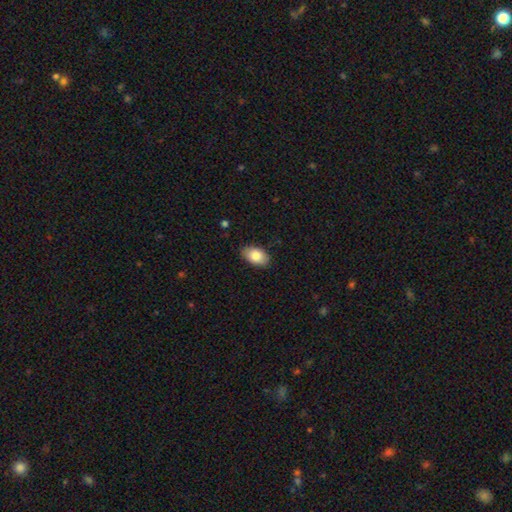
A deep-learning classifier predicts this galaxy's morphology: Smooth or featured: smooth — 85% (featured or disk — 9%)
How rounded: in between — 92% (round — 6%)
Merging: none — 85% (minor disturbance — 12%)